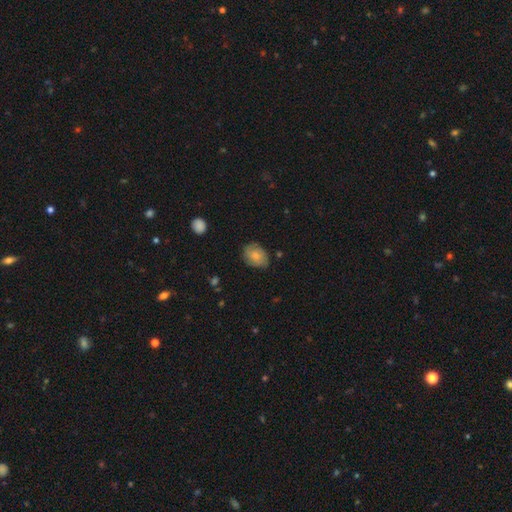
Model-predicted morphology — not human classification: smooth-or-featured: smooth: 62% | featured or disk: 31% | star or artifact: 7%
  how-rounded: in between: 67% | round: 32% | cigar-shaped: 1%
  merging: none: 71% | minor disturbance: 23% | major disturbance: 5% | merger: 1%